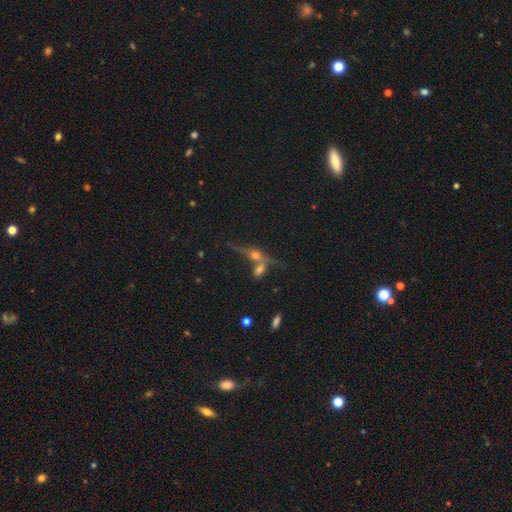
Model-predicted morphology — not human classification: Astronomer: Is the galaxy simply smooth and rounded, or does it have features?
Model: featured or disk — 58%.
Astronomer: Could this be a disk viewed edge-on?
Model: yes — 82%.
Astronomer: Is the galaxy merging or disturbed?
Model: none — 51% (runner-up: merger, 31%).